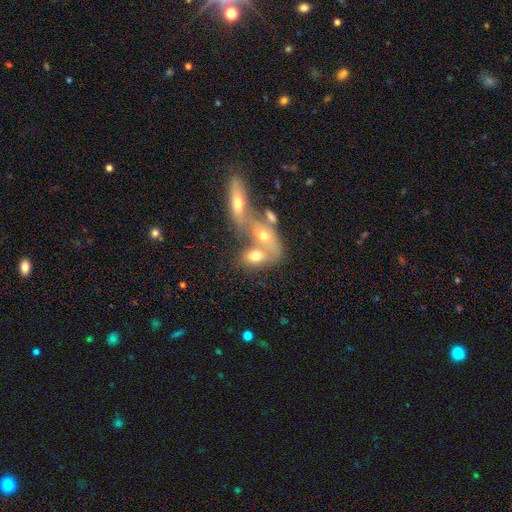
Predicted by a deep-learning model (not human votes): A smooth galaxy with no disk features (60%) that is in between round and cigar-shaped (80%).

Vote fractions:
- Smooth or featured? smooth: 60% / featured or disk: 31% / star or artifact: 10%
- How rounded? in between: 80% / round: 13% / cigar-shaped: 6%
- Merging? merger: 64% / none: 22% / minor disturbance: 8% / major disturbance: 6%